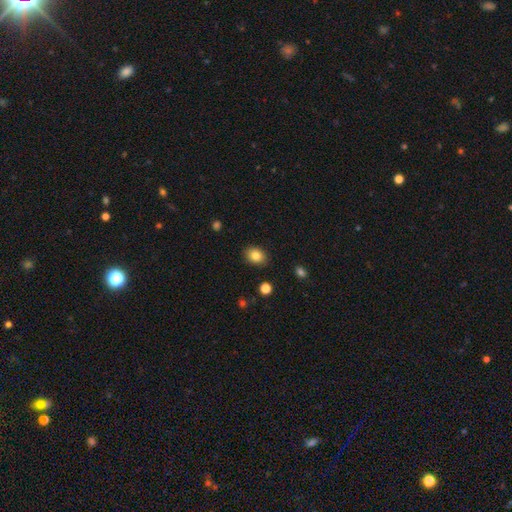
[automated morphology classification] smooth-or-featured: smooth: 83% | star or artifact: 9% | featured or disk: 8%
  how-rounded: in between: 64% | round: 35% | cigar-shaped: 1%
  merging: none: 88% | minor disturbance: 9% | major disturbance: 2% | merger: 1%